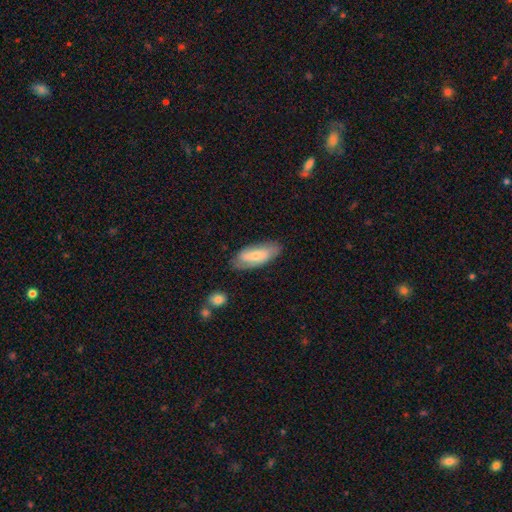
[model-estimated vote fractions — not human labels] A smooth galaxy with no disk features (61%) that is in between round and cigar-shaped (78%). Merging: none (71%).